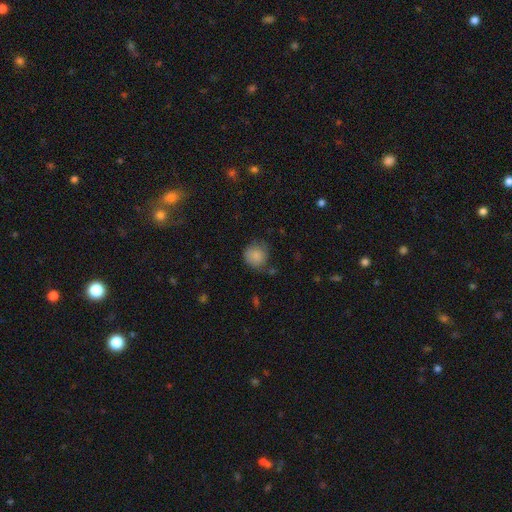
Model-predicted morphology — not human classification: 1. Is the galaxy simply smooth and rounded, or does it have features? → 85% smooth, 8% star or artifact, 7% featured or disk.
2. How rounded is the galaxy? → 86% round, 13% in between, 1% cigar-shaped.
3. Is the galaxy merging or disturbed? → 62% none, 27% minor disturbance, 8% major disturbance, 4% merger.